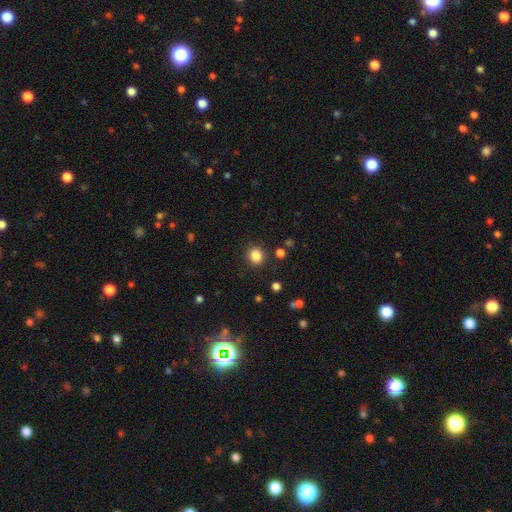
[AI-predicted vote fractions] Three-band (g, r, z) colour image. It shows a smooth galaxy with no disk features (85%) that is round (77%). Merging: none (88%).